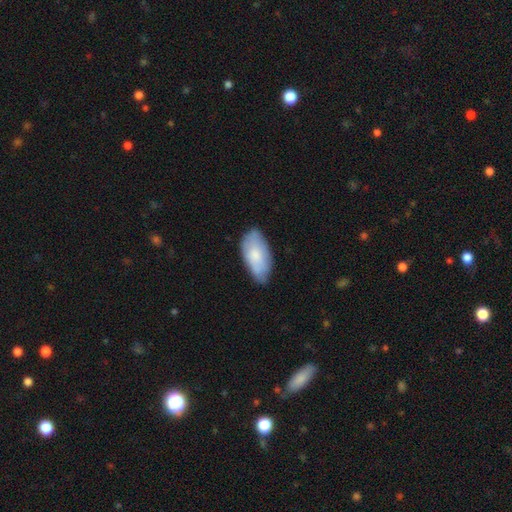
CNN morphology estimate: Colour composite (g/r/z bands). It shows a smooth galaxy with no disk features (74%) that is in between round and cigar-shaped (94%). Merging: none (70%).